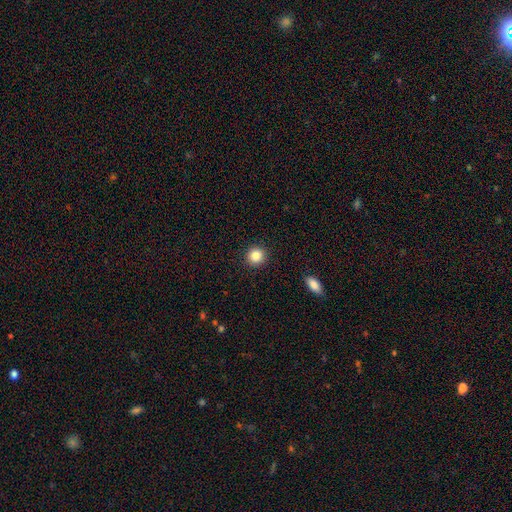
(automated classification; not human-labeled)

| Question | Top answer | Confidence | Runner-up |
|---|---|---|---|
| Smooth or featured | smooth | 85% | star or artifact (10%) |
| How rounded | round | 92% | in between (7%) |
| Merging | none | 92% | minor disturbance (5%) |